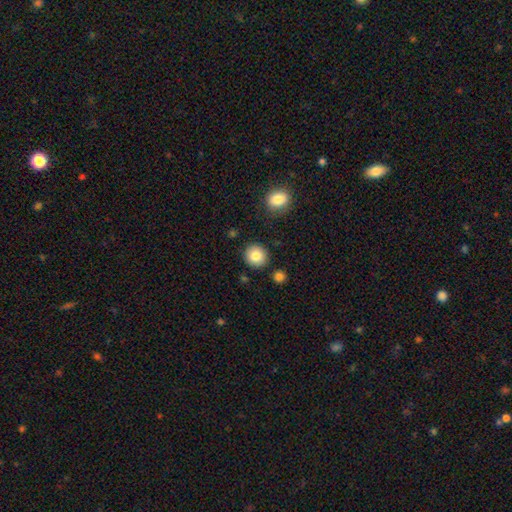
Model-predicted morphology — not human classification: A smooth galaxy with no disk features (83%) that is round (90%). Merging: none (88%).